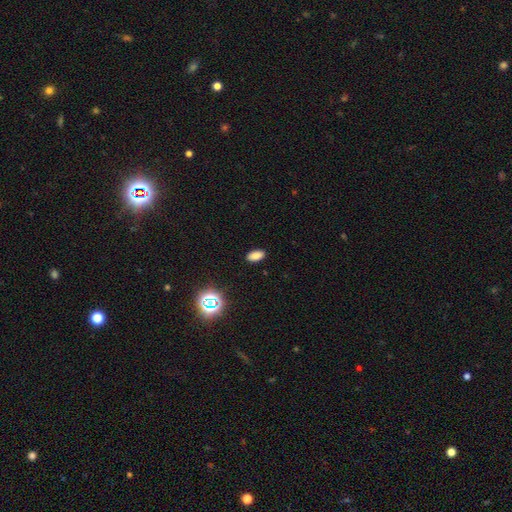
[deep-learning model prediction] A smooth galaxy with no disk features (80%) that is in between round and cigar-shaped (91%). Merging: none (89%).